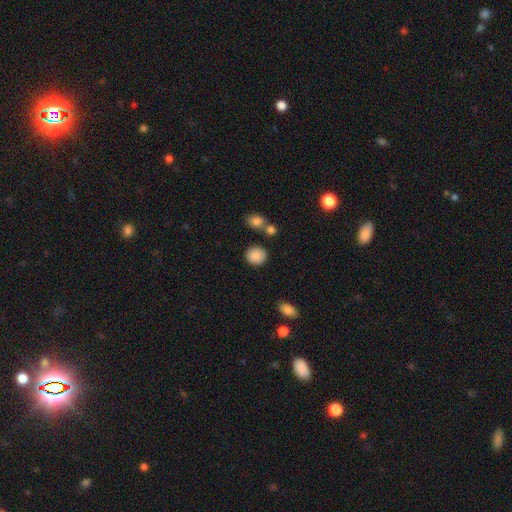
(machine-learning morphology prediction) A smooth galaxy with no disk features (87%) that is round (82%). Merging: none (82%).